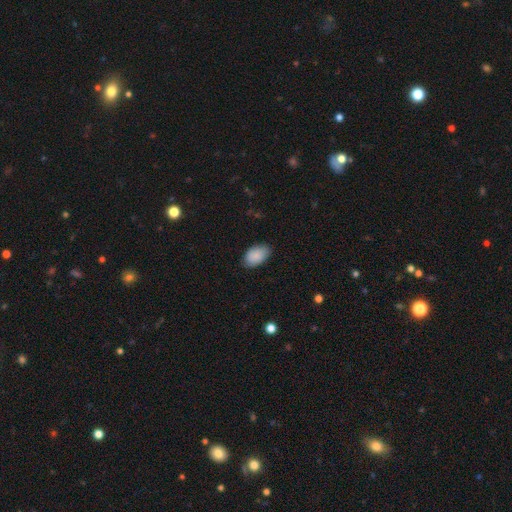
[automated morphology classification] smooth_or_featured: smooth (p=0.88) [alt: star or artifact p=0.06]
how_rounded: in between (p=0.93) [alt: round p=0.06]
merging: none (p=0.80) [alt: minor disturbance p=0.17]